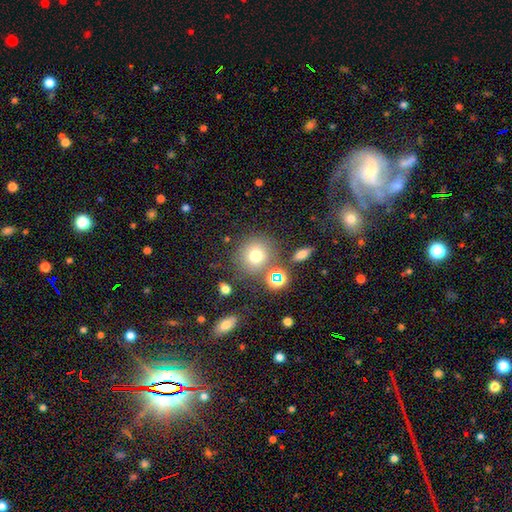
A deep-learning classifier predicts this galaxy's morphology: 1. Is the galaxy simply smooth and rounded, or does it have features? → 70% smooth, 18% star or artifact, 12% featured or disk.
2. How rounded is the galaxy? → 87% round, 12% in between, 1% cigar-shaped.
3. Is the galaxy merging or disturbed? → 74% none, 11% minor disturbance, 10% merger, 5% major disturbance.